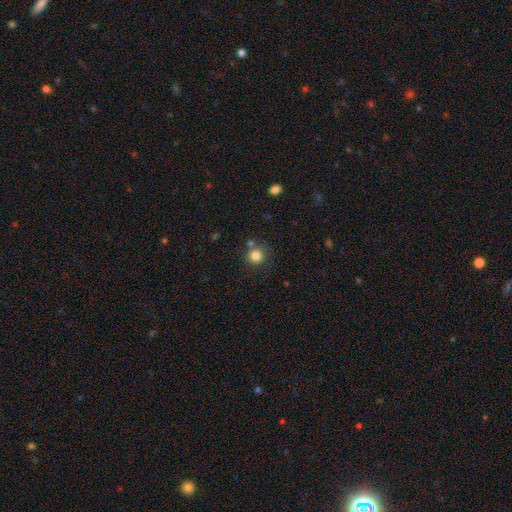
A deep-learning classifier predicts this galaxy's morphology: A smooth galaxy with no disk features (83%) that is round (92%). Merging: none (73%).